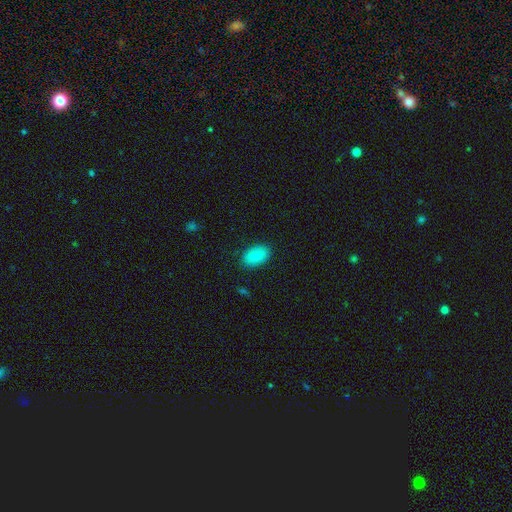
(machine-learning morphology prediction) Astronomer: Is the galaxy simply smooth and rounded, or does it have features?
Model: smooth — 84%.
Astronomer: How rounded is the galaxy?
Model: in between — 91%.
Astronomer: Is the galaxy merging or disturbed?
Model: none — 87%.